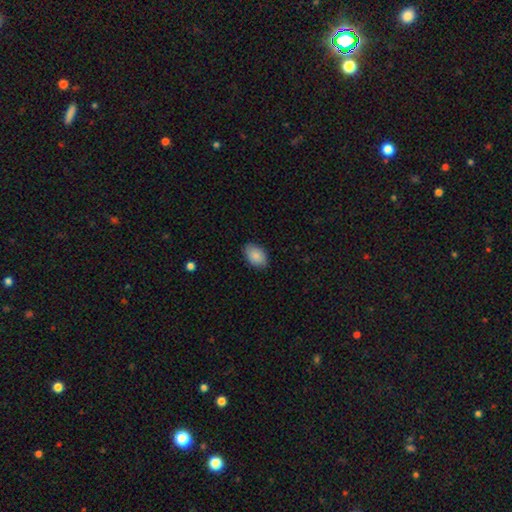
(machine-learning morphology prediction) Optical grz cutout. It shows a smooth galaxy with no disk features (88%) that is in between round and cigar-shaped (88%). Merging: none (87%).